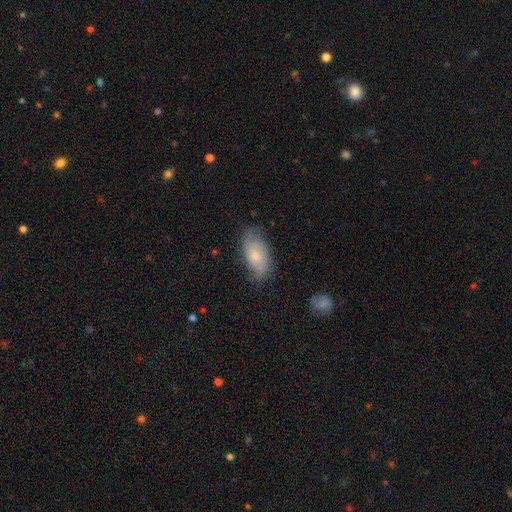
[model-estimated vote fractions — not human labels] A smooth galaxy with no disk features (56%) that is in between round and cigar-shaped (91%).

Vote fractions:
- Smooth or featured? smooth: 56% / featured or disk: 37% / star or artifact: 7%
- How rounded? in between: 91% / cigar-shaped: 5% / round: 4%
- Merging? none: 64% / minor disturbance: 27% / major disturbance: 7% / merger: 2%